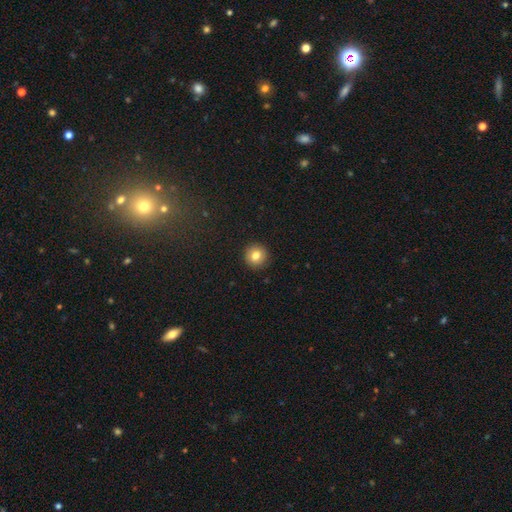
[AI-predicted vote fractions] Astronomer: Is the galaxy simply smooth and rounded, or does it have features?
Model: smooth — 81%.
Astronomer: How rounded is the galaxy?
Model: round — 95%.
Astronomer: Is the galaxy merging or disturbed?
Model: none — 92%.